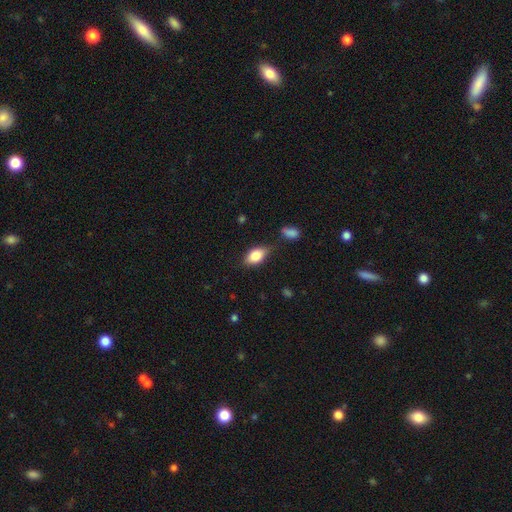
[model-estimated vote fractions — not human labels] Smooth or featured? Predicted: smooth (p=0.82). How rounded? Predicted: in between (p=0.88). Merging? Predicted: none (p=0.71).